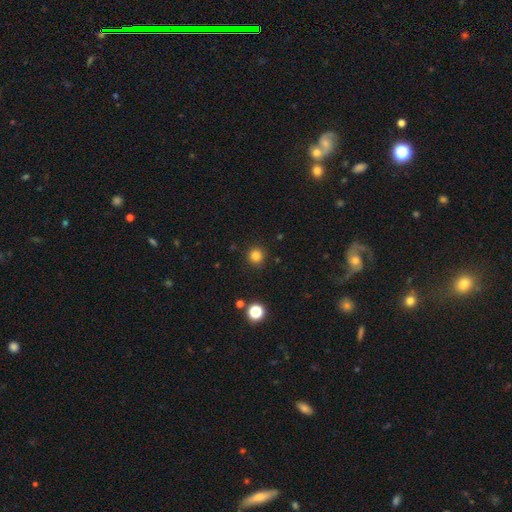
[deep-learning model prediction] Smooth or featured? Predicted: smooth (p=0.82). How rounded? Predicted: round (p=0.94). Merging? Predicted: none (p=0.90).